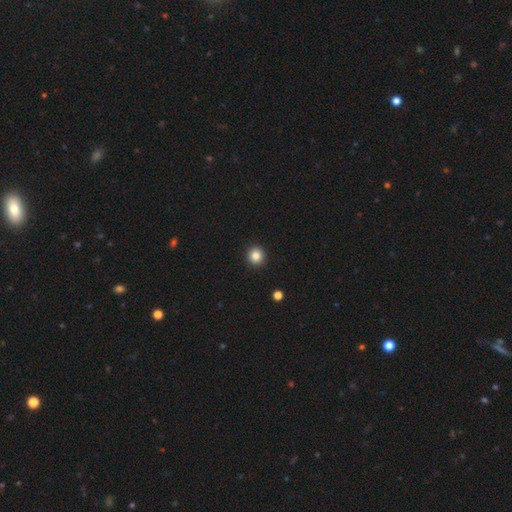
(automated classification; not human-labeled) smooth_or_featured: smooth (p=0.85) [alt: star or artifact p=0.11]
how_rounded: round (p=0.94) [alt: in between p=0.05]
merging: none (p=0.93) [alt: minor disturbance p=0.04]